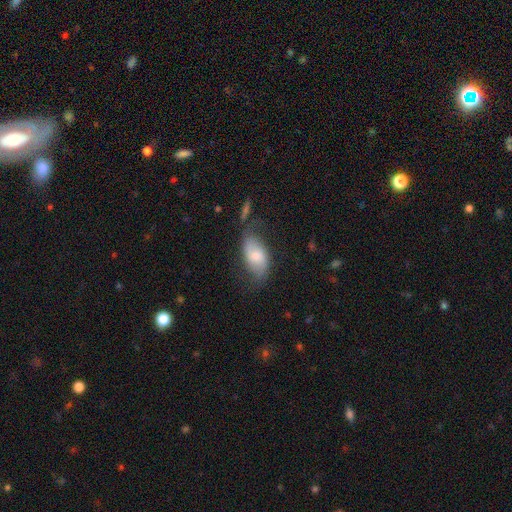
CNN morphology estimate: Smooth or featured? Predicted: smooth (p=0.53). How rounded? Predicted: in between (p=0.91). Merging? Predicted: none (p=0.52).